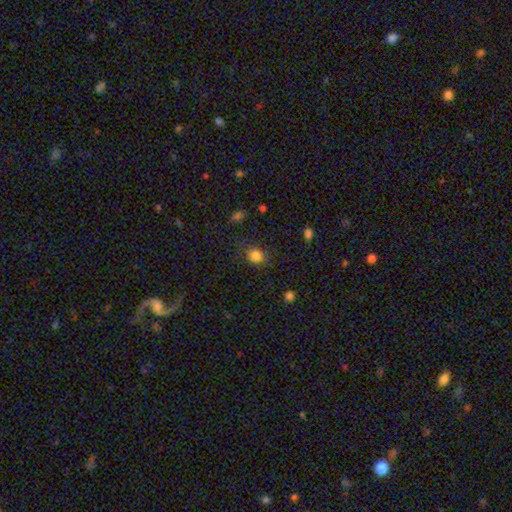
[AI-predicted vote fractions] Smooth or featured? Predicted: smooth (p=0.83). How rounded? Predicted: round (p=0.68). Merging? Predicted: none (p=0.78).